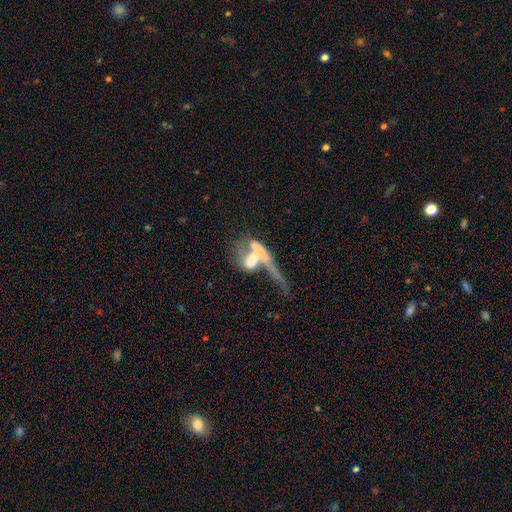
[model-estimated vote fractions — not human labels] A featured or disk galaxy (48%).

Vote fractions:
- Smooth or featured? featured or disk: 48% / smooth: 42% / star or artifact: 10%
- Merging? merger: 57% / major disturbance: 21% / none: 14% / minor disturbance: 7%